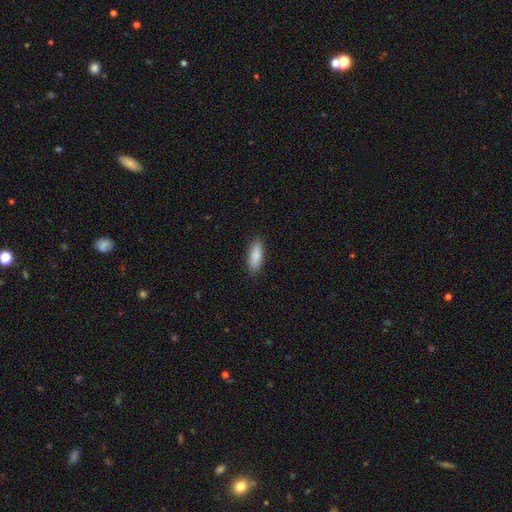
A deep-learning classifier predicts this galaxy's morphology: smooth-or-featured: smooth: 88% | featured or disk: 6% | star or artifact: 6%
  how-rounded: in between: 68% | cigar-shaped: 30% | round: 2%
  merging: none: 87% | minor disturbance: 10% | major disturbance: 2% | merger: 1%